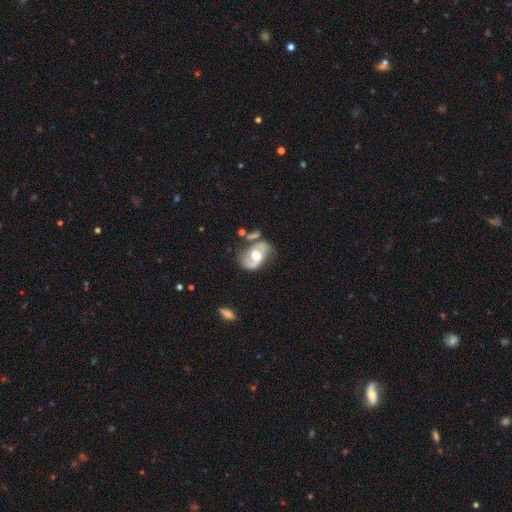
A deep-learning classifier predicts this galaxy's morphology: Smooth or featured?
  - featured or disk: 73% *
  - smooth: 21%
  - star or artifact: 6%
Edge-on disk?
  - no: 96% *
  - yes: 4%
Bar?
  - no: 54% *
  - weak: 33%
  - strong: 12%
Spiral arms?
  - yes: 83% *
  - no: 17%
Spiral winding?
  - loose: 44% *
  - medium: 40%
  - tight: 16%
Spiral arm count?
  - 2: 85% *
  - can't tell: 7%
  - 1: 6%
  - 3: 1%
  - 4: 1%
  - more than 4: 1%
Bulge size?
  - moderate: 72% *
  - large: 17%
  - small: 9%
  - dominant: 1%
  - none: 1%
Merging?
  - none: 55% *
  - minor disturbance: 23%
  - major disturbance: 11%
  - merger: 11%